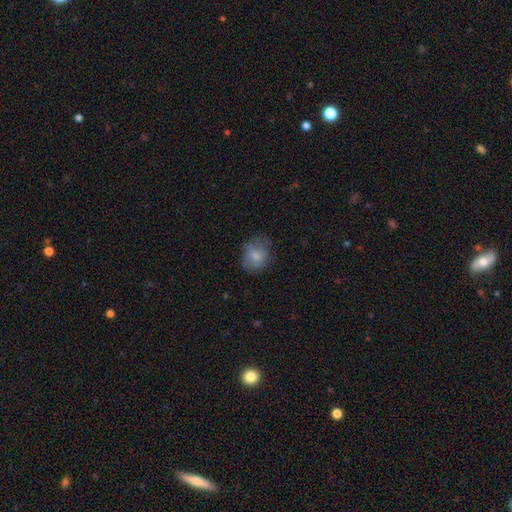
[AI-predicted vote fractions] Smooth or featured?
  - smooth: 72% *
  - featured or disk: 19%
  - star or artifact: 10%
How rounded?
  - round: 53% *
  - in between: 46%
  - cigar-shaped: 1%
Merging?
  - none: 59% *
  - minor disturbance: 25%
  - major disturbance: 15%
  - merger: 1%